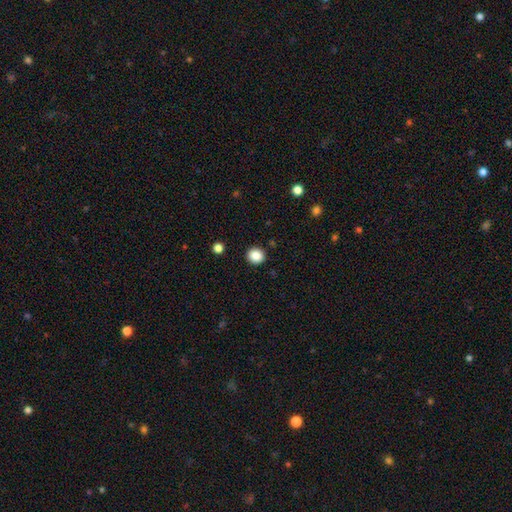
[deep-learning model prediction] Q: Smooth or featured?
A: smooth (87%); runner-up: star or artifact (10%)
Q: How rounded?
A: round (88%); runner-up: in between (12%)
Q: Merging?
A: none (92%); runner-up: minor disturbance (5%)